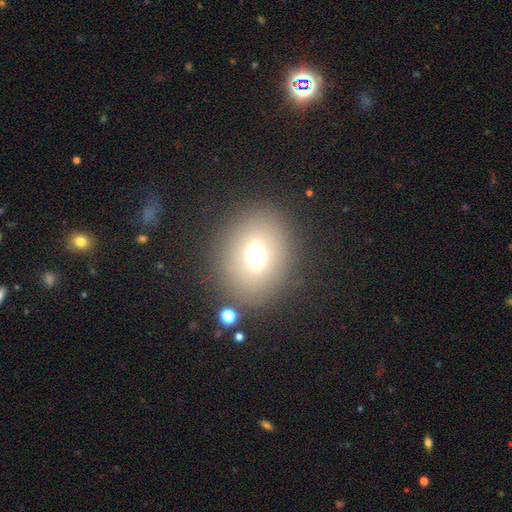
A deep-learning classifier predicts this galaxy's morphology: Q: Smooth or featured?
A: smooth (65%); runner-up: featured or disk (18%)
Q: How rounded?
A: round (53%); runner-up: in between (46%)
Q: Merging?
A: none (80%); runner-up: minor disturbance (10%)